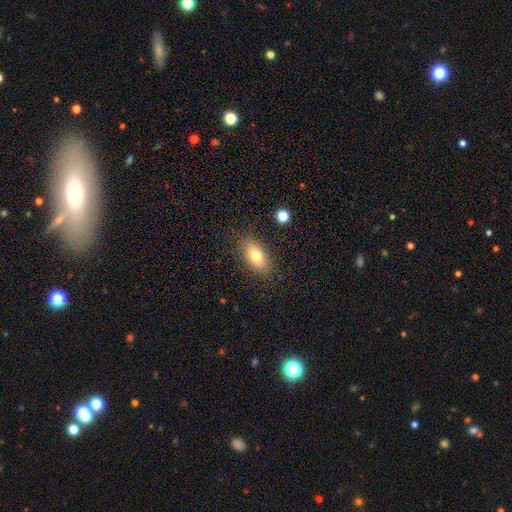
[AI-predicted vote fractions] Smooth or featured? smooth (73%)
How rounded? in between (87%)
Merging? none (85%)